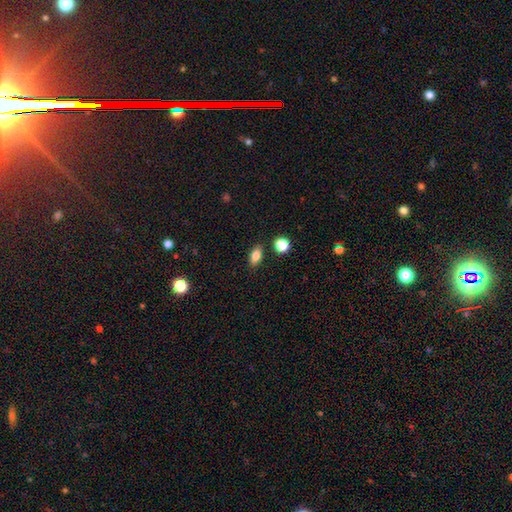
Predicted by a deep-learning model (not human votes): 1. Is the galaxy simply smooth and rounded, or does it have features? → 80% smooth, 10% featured or disk, 10% star or artifact.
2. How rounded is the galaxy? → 83% in between, 9% round, 8% cigar-shaped.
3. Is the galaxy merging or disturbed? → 85% none, 9% minor disturbance, 3% merger, 2% major disturbance.